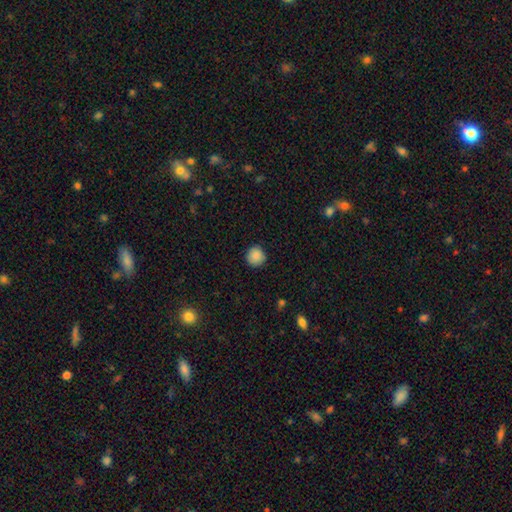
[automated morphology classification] The model was most divided on "smooth or featured": smooth: 88%, star or artifact: 9%, featured or disk: 3%. More confident: how rounded — round (93%); merging — none (89%).